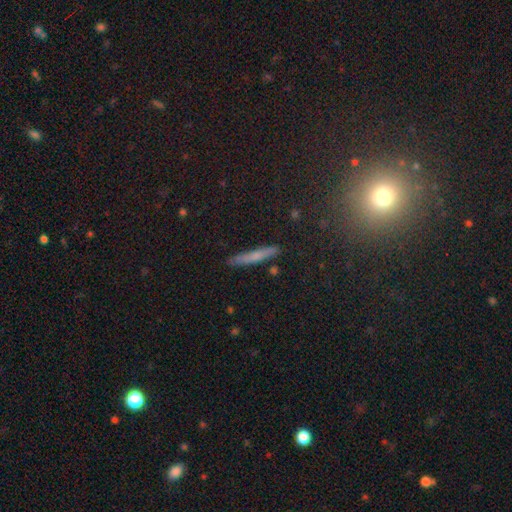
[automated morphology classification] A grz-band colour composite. It shows a smooth galaxy with no disk features (57%) that is cigar-shaped (93%). Merging: none (87%).